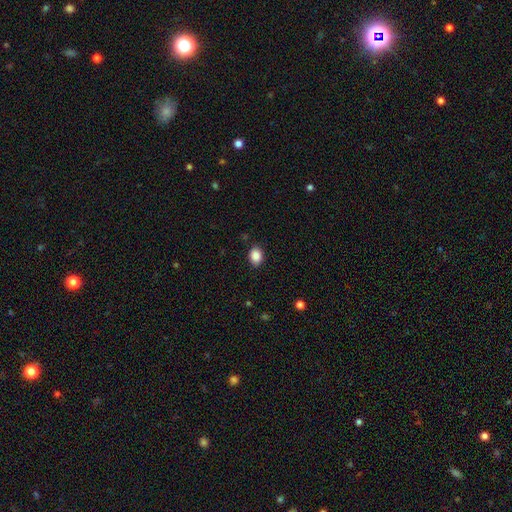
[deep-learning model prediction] Smooth or featured? smooth (88%)
How rounded? in between (66%)
Merging? none (87%)